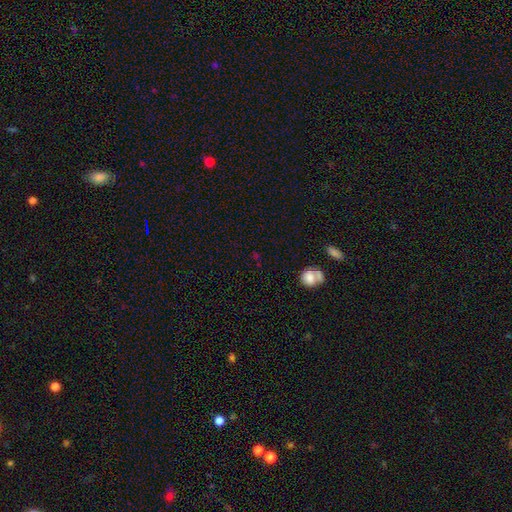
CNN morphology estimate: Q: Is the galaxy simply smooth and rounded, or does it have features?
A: smooth — 50%.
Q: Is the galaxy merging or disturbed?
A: none — 61%.